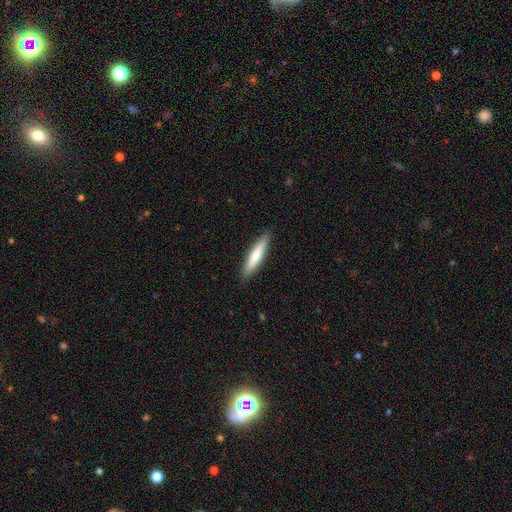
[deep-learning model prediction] The model was most divided on "smooth or featured": smooth: 63%, featured or disk: 32%, star or artifact: 5%. More confident: merging — none (90%); how rounded — cigar-shaped (89%).